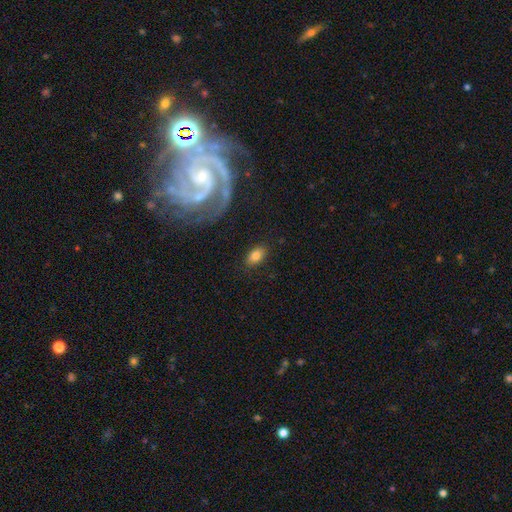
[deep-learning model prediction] Smooth or featured? Predicted: smooth (p=0.81). How rounded? Predicted: in between (p=0.89). Merging? Predicted: none (p=0.85).